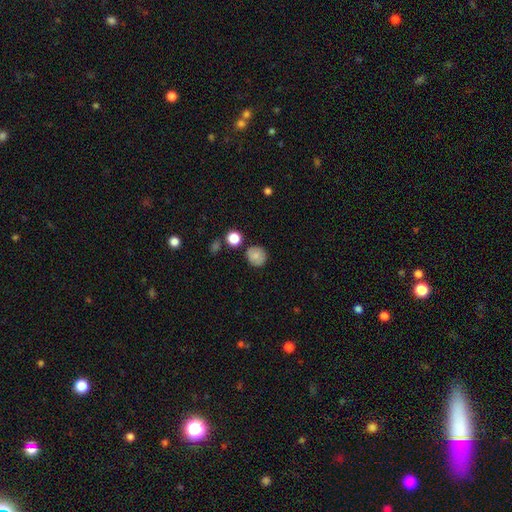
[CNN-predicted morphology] Q: Smooth or featured?
A: smooth (80%); runner-up: featured or disk (11%)
Q: How rounded?
A: round (90%); runner-up: in between (9%)
Q: Merging?
A: none (83%); runner-up: minor disturbance (11%)